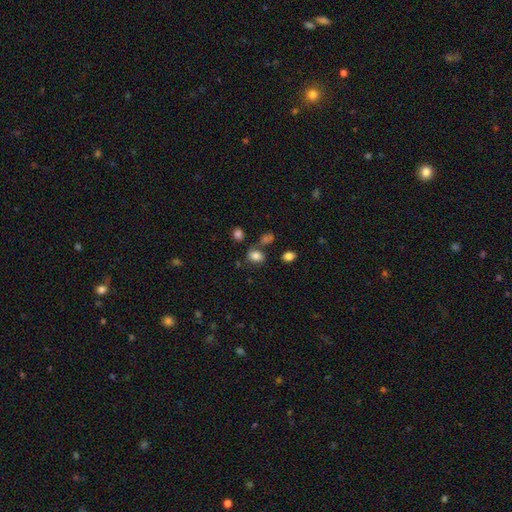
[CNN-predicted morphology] A smooth galaxy with no disk features (82%) that is in between round and cigar-shaped (72%).

Vote fractions:
- Smooth or featured? smooth: 82% / star or artifact: 11% / featured or disk: 7%
- How rounded? in between: 72% / round: 27% / cigar-shaped: 1%
- Merging? none: 67% / minor disturbance: 15% / merger: 12% / major disturbance: 5%